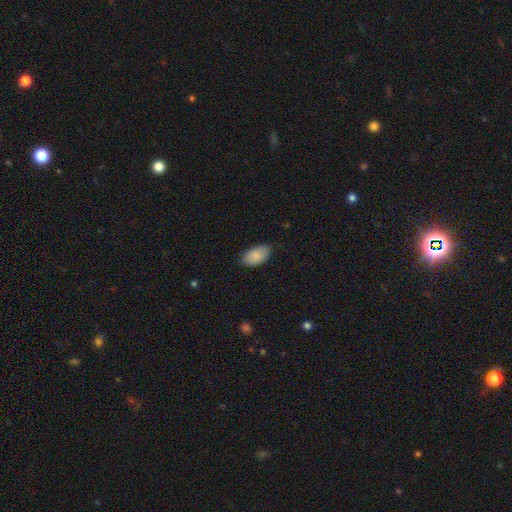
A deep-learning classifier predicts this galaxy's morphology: Smooth or featured: smooth — 88% (star or artifact — 6%)
How rounded: in between — 95% (round — 4%)
Merging: none — 81% (minor disturbance — 15%)